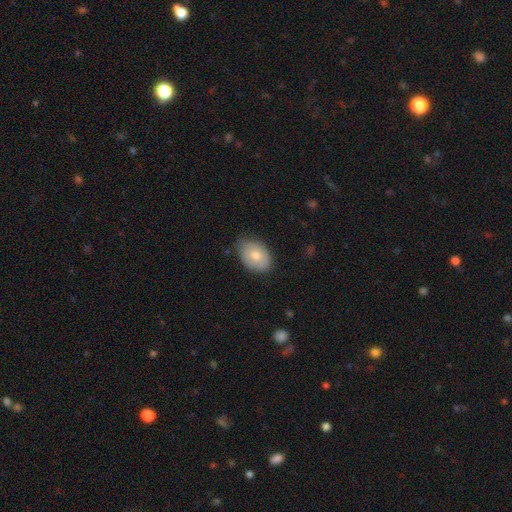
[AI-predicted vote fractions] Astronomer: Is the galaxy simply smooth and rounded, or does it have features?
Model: smooth — 74%.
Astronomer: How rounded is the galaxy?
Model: in between — 77%.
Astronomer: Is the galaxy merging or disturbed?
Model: none — 68%.